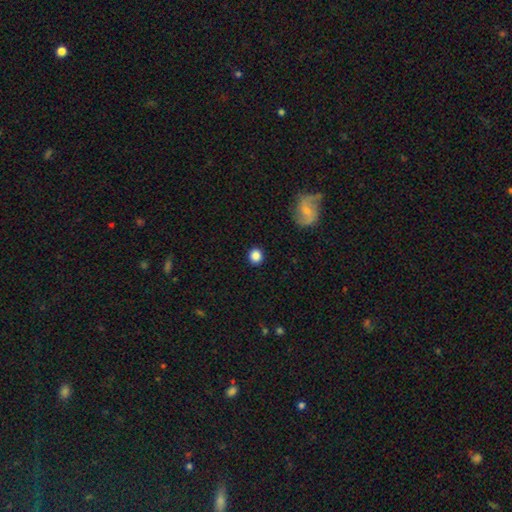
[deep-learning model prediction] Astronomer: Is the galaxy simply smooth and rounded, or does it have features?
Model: smooth — 85%.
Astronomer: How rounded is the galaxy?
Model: round — 86%.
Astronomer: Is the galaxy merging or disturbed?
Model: none — 89%.